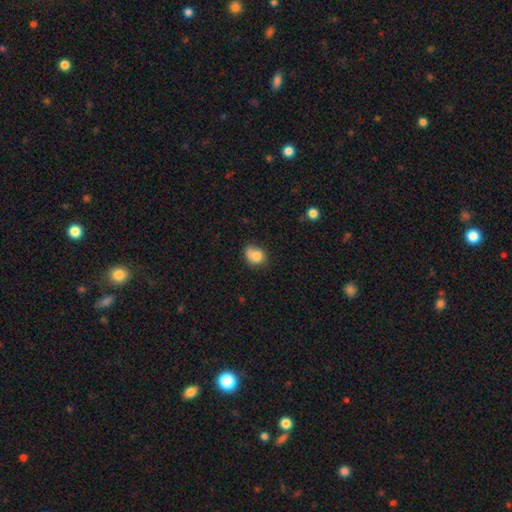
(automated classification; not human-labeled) This is likely a smooth galaxy (79%). How rounded: possibly round (54%). Merging: possibly none (46%).